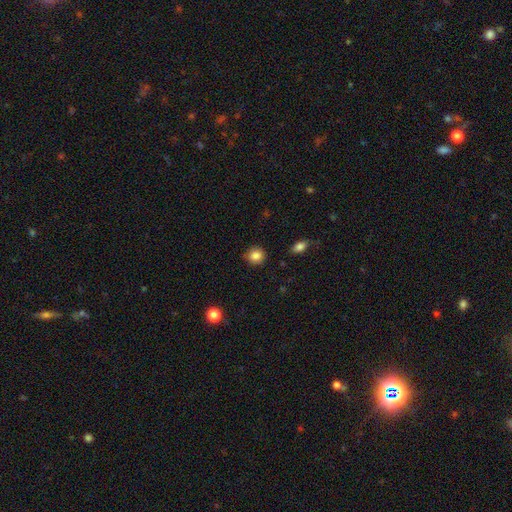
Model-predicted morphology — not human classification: Smooth or featured?
  - smooth: 86% *
  - star or artifact: 9%
  - featured or disk: 5%
How rounded?
  - round: 87% *
  - in between: 12%
  - cigar-shaped: 1%
Merging?
  - none: 86% *
  - minor disturbance: 10%
  - major disturbance: 2%
  - merger: 2%